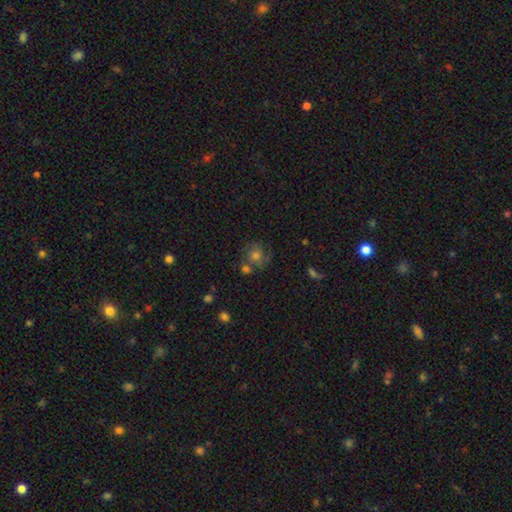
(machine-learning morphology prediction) Smooth or featured?
  - smooth: 44% *
  - featured or disk: 40%
  - star or artifact: 16%
Merging?
  - none: 61% *
  - minor disturbance: 18%
  - merger: 12%
  - major disturbance: 10%